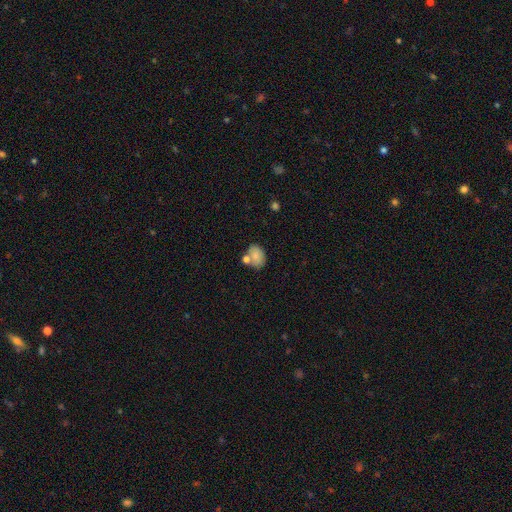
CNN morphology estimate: smooth_or_featured: smooth (p=0.82) [alt: featured or disk p=0.10]
how_rounded: in between (p=0.71) [alt: round p=0.28]
merging: none (p=0.55) [alt: merger p=0.24]